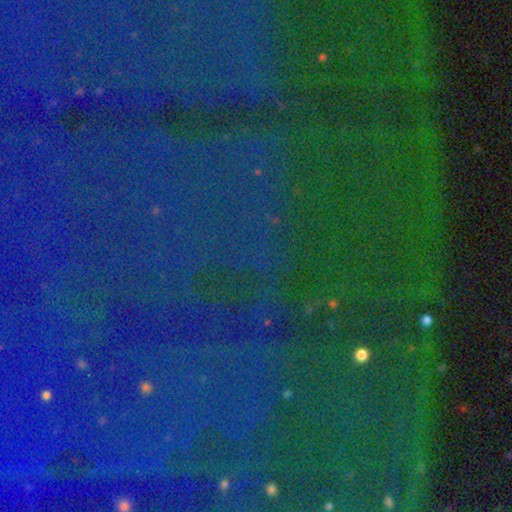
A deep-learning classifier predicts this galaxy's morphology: This is clearly a star or artifact rather than a galaxy (85%).